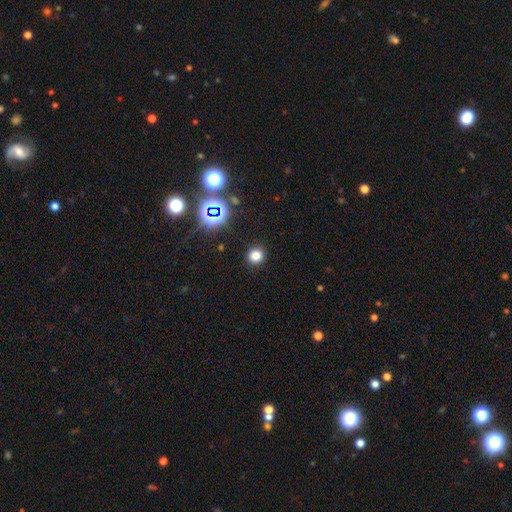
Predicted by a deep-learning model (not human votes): Smooth or featured?
  - smooth: 76% *
  - star or artifact: 19%
  - featured or disk: 5%
How rounded?
  - round: 87% *
  - in between: 12%
  - cigar-shaped: 1%
Merging?
  - none: 90% *
  - minor disturbance: 6%
  - major disturbance: 3%
  - merger: 1%